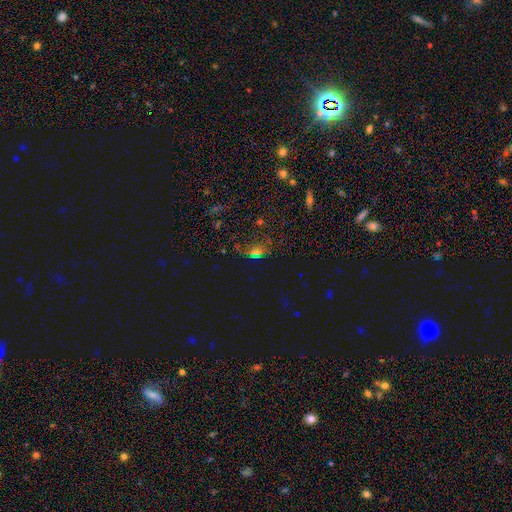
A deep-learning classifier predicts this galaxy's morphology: Smooth or featured? Predicted: star or artifact (p=0.57).